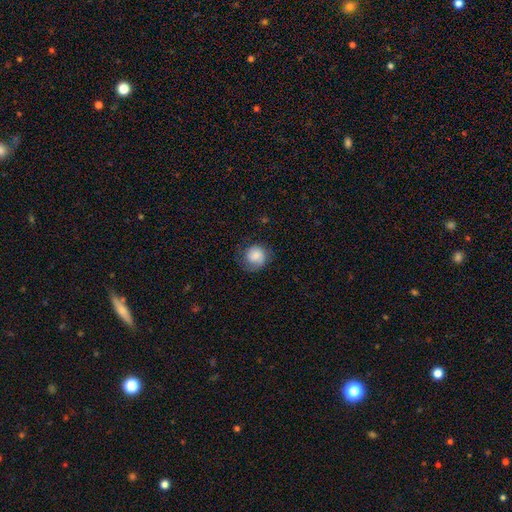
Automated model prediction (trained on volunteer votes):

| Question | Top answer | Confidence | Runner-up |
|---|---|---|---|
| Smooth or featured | smooth | 76% | featured or disk (16%) |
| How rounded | round | 85% | in between (14%) |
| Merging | none | 70% | minor disturbance (20%) |